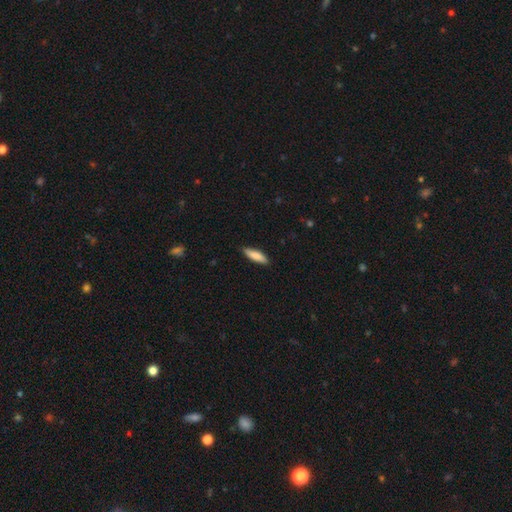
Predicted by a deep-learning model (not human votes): Overall: smooth (84%). How rounded: cigar-shaped (60%; in between 38%). Merging: none (86%).